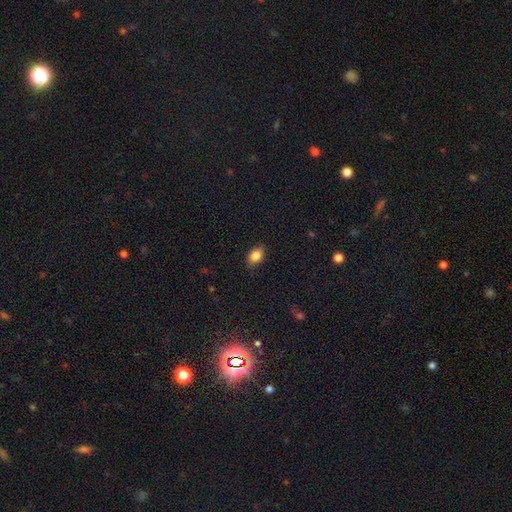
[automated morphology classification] Q: Smooth or featured?
A: smooth (84%); runner-up: star or artifact (8%)
Q: How rounded?
A: in between (84%); runner-up: round (14%)
Q: Merging?
A: none (80%); runner-up: minor disturbance (16%)